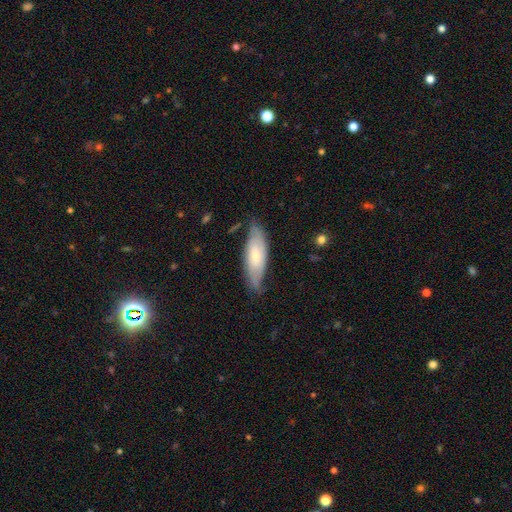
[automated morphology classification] This is possibly a smooth galaxy (52%). How rounded: likely in between (61%). Merging: likely none (65%).